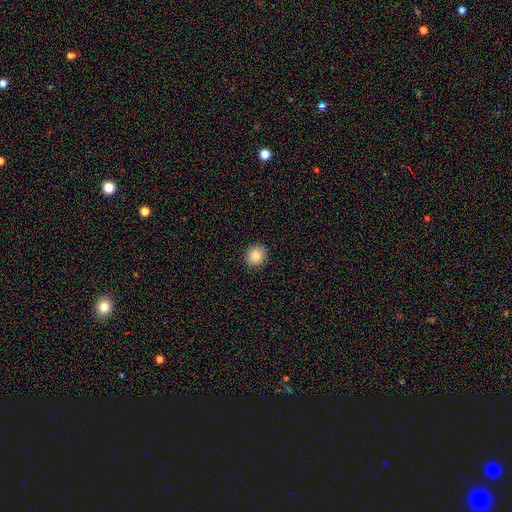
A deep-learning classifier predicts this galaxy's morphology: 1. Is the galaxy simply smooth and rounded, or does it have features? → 87% smooth, 9% star or artifact, 4% featured or disk.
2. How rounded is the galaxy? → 86% round, 13% in between, 1% cigar-shaped.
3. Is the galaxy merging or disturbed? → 91% none, 6% minor disturbance, 2% major disturbance, 1% merger.